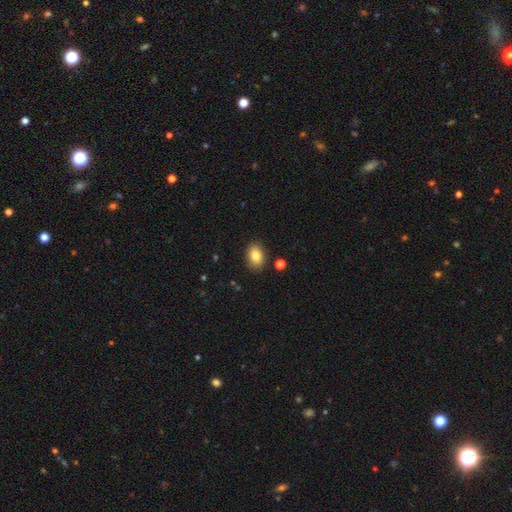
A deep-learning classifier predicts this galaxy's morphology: The model was most divided on "how rounded": in between: 75%, round: 23%, cigar-shaped: 1%. More confident: merging — none (86%); smooth or featured — smooth (83%).